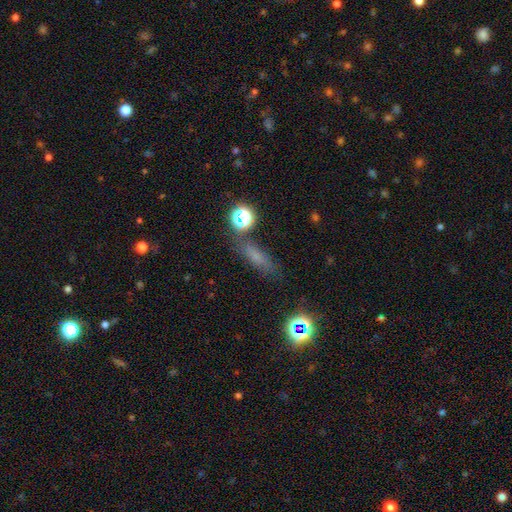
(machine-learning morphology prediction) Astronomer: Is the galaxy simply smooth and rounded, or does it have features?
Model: smooth — 58%.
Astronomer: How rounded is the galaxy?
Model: cigar-shaped — 57% (runner-up: in between, 33%).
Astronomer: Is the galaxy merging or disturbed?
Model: none — 72%.